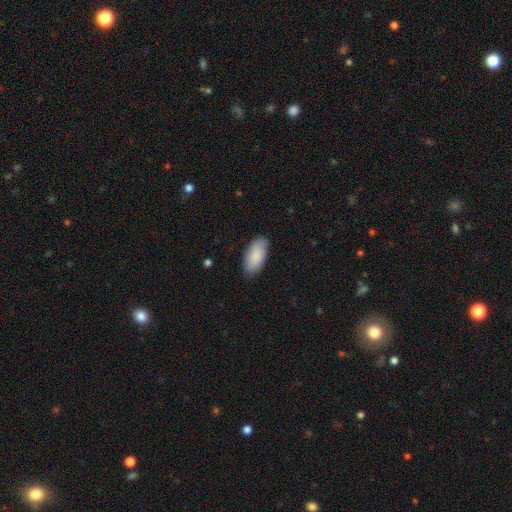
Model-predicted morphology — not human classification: type=smooth (87%); roundness=in between (93%); merging=none (84%).